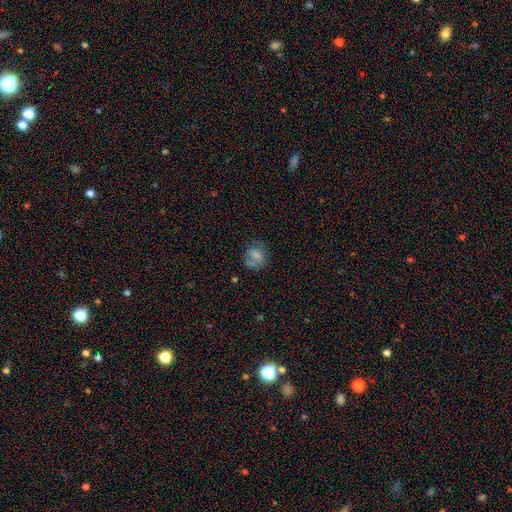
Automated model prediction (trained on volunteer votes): Smooth or featured? smooth (66%)
How rounded? round (69%)
Merging? none (58%)